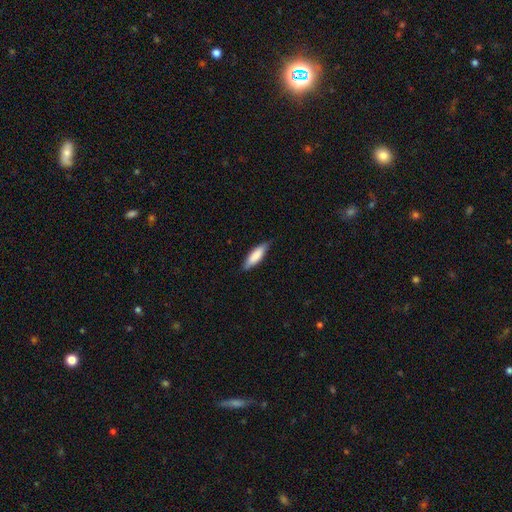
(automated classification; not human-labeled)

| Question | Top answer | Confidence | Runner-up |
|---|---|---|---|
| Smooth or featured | smooth | 82% | featured or disk (13%) |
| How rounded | cigar-shaped | 53% | in between (46%) |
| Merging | none | 81% | minor disturbance (16%) |